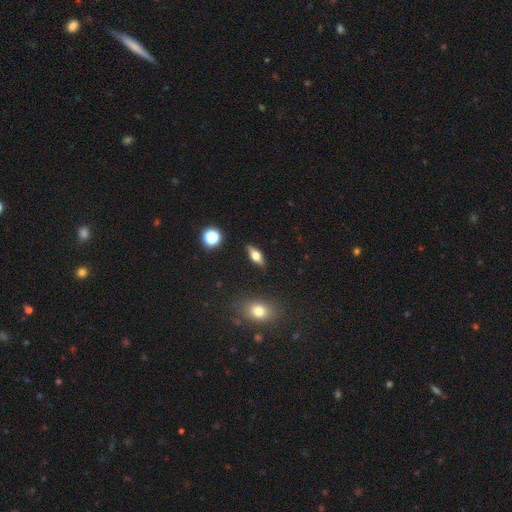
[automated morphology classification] This is possibly a smooth galaxy (57%). How rounded: likely in between (68%). Merging: clearly none (88%).